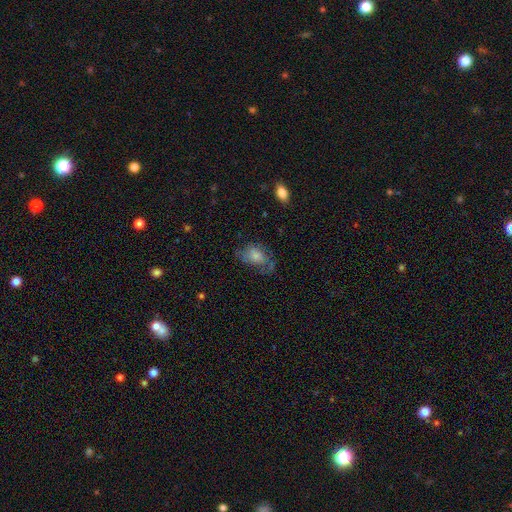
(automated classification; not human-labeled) Smooth or featured? smooth (62%)
How rounded? in between (81%)
Merging? none (41%)